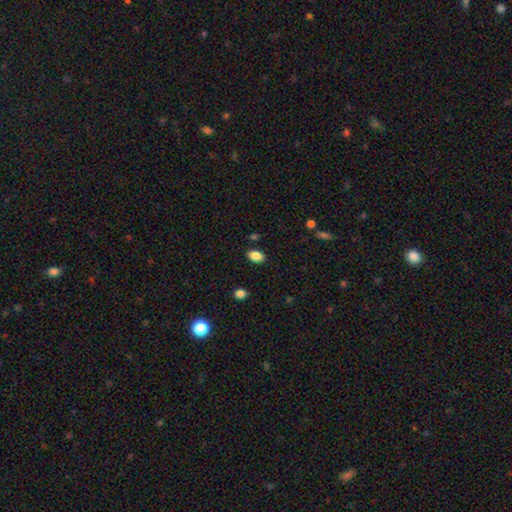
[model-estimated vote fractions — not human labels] This appears to be a smooth galaxy with no disk features (86%) that is in between round and cigar-shaped (90%). Merging: none (87%).